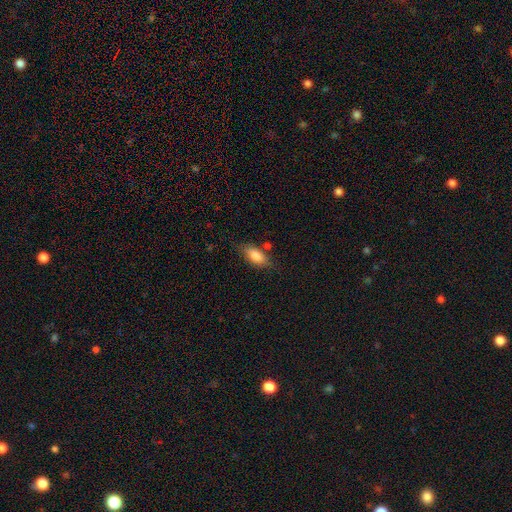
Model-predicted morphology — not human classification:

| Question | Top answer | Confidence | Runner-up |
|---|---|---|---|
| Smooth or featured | smooth | 81% | featured or disk (12%) |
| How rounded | in between | 85% | cigar-shaped (12%) |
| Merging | none | 72% | minor disturbance (17%) |